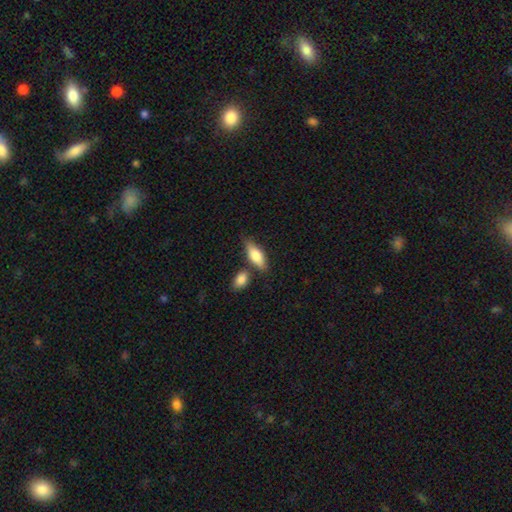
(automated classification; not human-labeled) Q: Smooth or featured?
A: smooth (74%); runner-up: featured or disk (20%)
Q: How rounded?
A: in between (71%); runner-up: cigar-shaped (26%)
Q: Merging?
A: none (64%); runner-up: merger (17%)